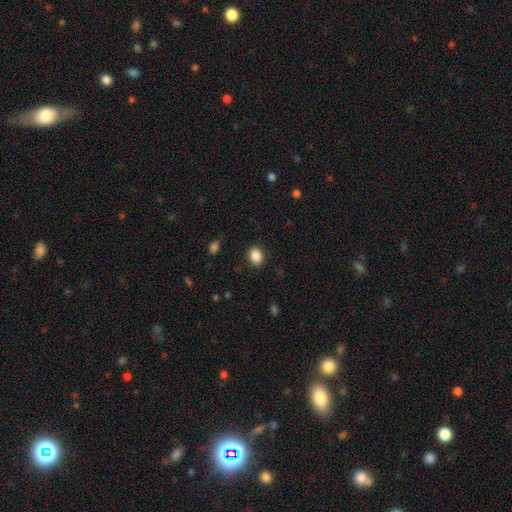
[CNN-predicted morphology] Smooth or featured? smooth (87%)
How rounded? round (51%)
Merging? none (88%)